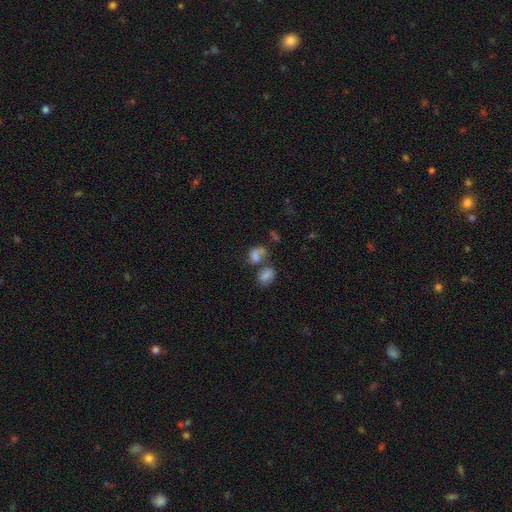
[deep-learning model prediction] smooth 67%, featured or disk 19%, star or artifact 14%. Down the decision tree: how rounded — in between (67%); merging — merger (52%).